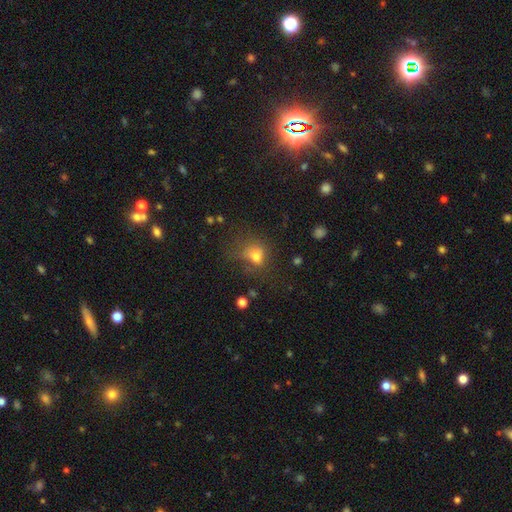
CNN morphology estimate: Smooth or featured? smooth (73%)
How rounded? round (56%)
Merging? none (55%)